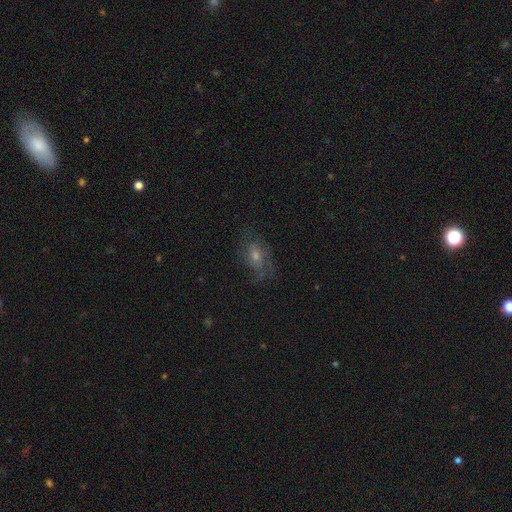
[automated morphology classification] featured or disk 51%, smooth 30%, star or artifact 19%. Down the decision tree: edge-on disk — no (92%); merging — none (67%).